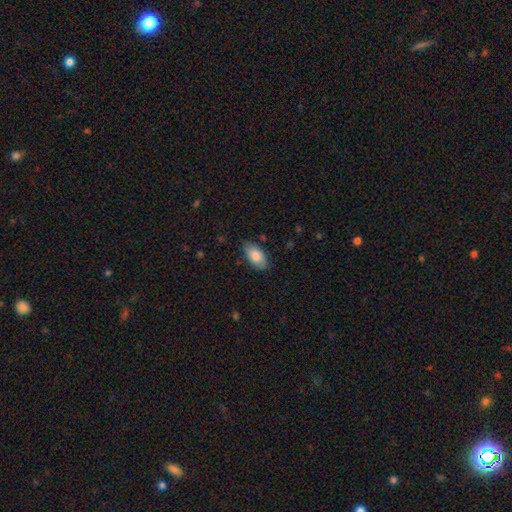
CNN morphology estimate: Q: Smooth or featured?
A: smooth (85%); runner-up: featured or disk (9%)
Q: How rounded?
A: in between (94%); runner-up: round (3%)
Q: Merging?
A: none (79%); runner-up: minor disturbance (17%)